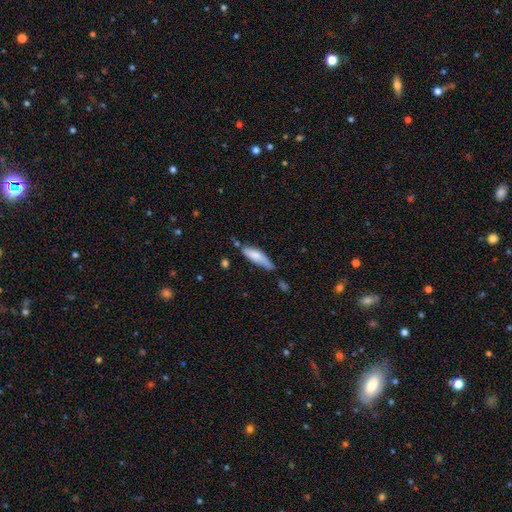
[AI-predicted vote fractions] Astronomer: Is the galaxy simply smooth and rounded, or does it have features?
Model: smooth — 76%.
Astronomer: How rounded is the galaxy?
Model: cigar-shaped — 61% (runner-up: in between, 37%).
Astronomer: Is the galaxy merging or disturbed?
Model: none — 49% (runner-up: minor disturbance, 35%).